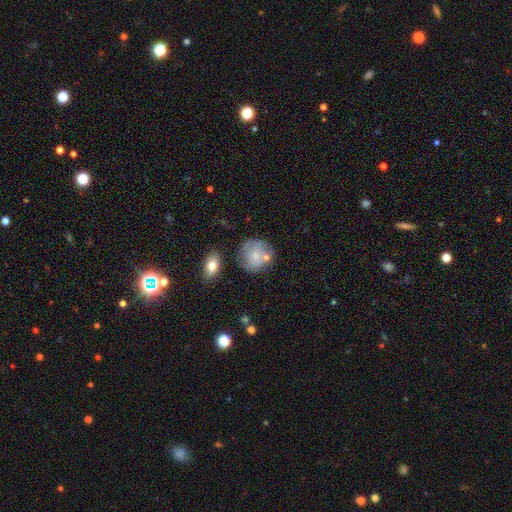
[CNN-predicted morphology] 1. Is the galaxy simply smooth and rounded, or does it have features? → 53% smooth, 39% featured or disk, 8% star or artifact.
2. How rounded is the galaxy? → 85% round, 14% in between, 1% cigar-shaped.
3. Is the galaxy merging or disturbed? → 61% none, 21% minor disturbance, 10% merger, 8% major disturbance.